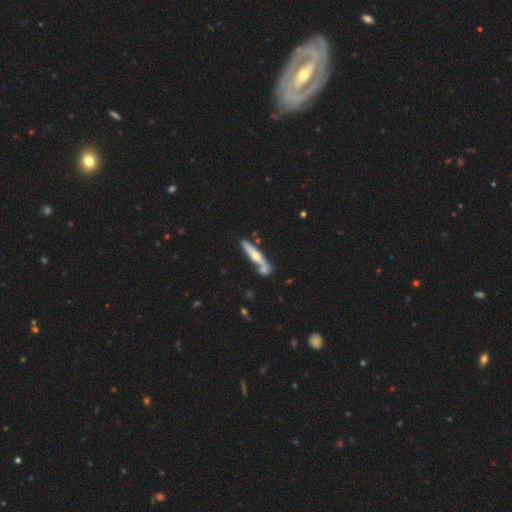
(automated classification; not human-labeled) Overall: featured or disk (54%; smooth 40%). Edge-on disk: yes (86%). Merging: none (65%).